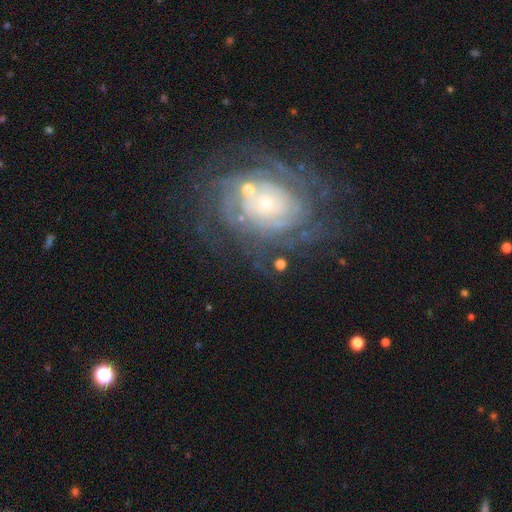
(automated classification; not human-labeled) This appears to be a featured or disk galaxy (78%) with no bar (79%), tight (75%) spiral arms (89%) and a small central bulge (71%). Merging: none (72%).